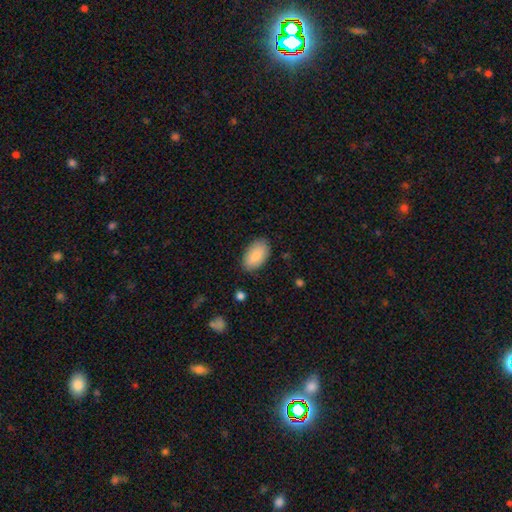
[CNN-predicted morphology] smooth_or_featured: smooth (p=0.86) [alt: featured or disk p=0.08]
how_rounded: in between (p=0.95) [alt: round p=0.04]
merging: none (p=0.84) [alt: minor disturbance p=0.12]